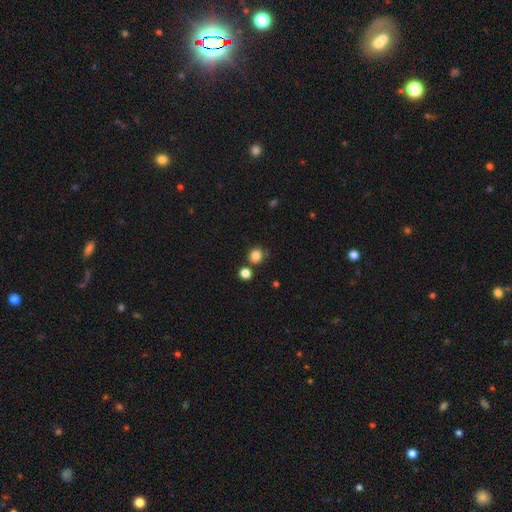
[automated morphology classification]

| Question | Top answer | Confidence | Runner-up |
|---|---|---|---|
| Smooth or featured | smooth | 84% | star or artifact (12%) |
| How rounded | round | 91% | in between (8%) |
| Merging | none | 75% | merger (11%) |